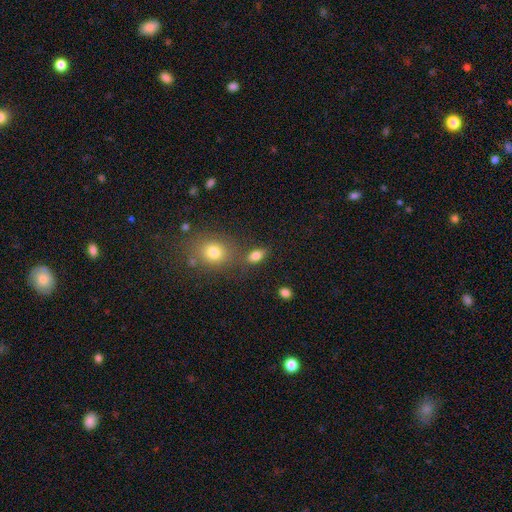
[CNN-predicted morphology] smooth-or-featured: smooth: 80% | star or artifact: 11% | featured or disk: 10%
  how-rounded: in between: 81% | round: 13% | cigar-shaped: 6%
  merging: none: 72% | minor disturbance: 13% | merger: 10% | major disturbance: 5%